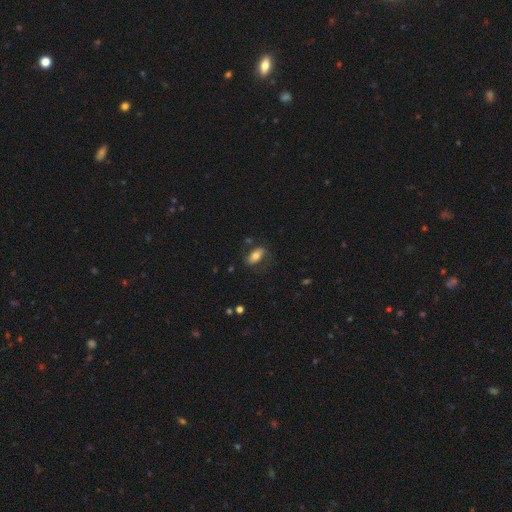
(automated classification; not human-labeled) This appears to be a smooth galaxy with no disk features (66%) that is in between round and cigar-shaped (87%). Merging: none (67%).